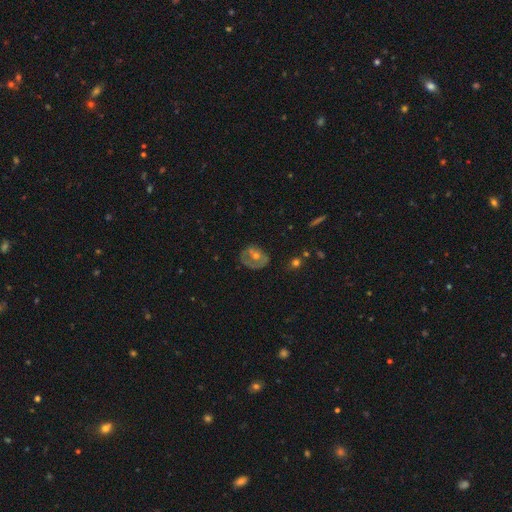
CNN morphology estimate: smooth_or_featured: featured or disk (p=0.57) [alt: smooth p=0.32]
disk_edge_on: no (p=0.95) [alt: yes p=0.05]
bar: no (p=0.73) [alt: weak p=0.20]
has_spiral_arms: no (p=0.67) [alt: yes p=0.33]
bulge_size: moderate (p=0.63) [alt: small p=0.31]
merging: none (p=0.61) [alt: minor disturbance p=0.24]